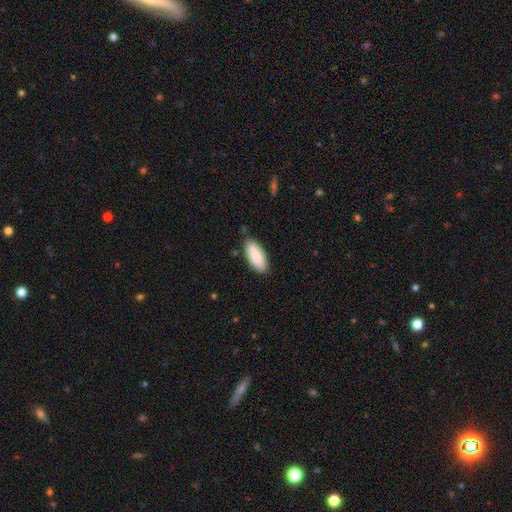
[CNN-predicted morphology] smooth_or_featured: smooth (p=0.86) [alt: featured or disk p=0.08]
how_rounded: in between (p=0.85) [alt: cigar-shaped p=0.14]
merging: none (p=0.82) [alt: minor disturbance p=0.14]